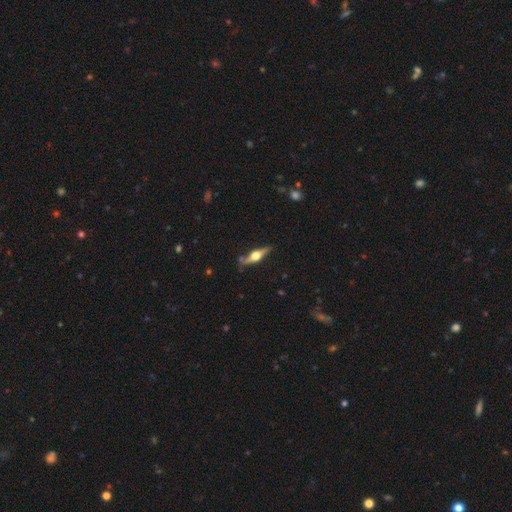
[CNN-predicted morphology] Q: Smooth or featured?
A: featured or disk (70%); runner-up: smooth (24%)
Q: Edge-on disk?
A: yes (94%); runner-up: no (6%)
Q: Edge-on bulge?
A: rounded (94%); runner-up: boxy (5%)
Q: Merging?
A: none (79%); runner-up: minor disturbance (14%)